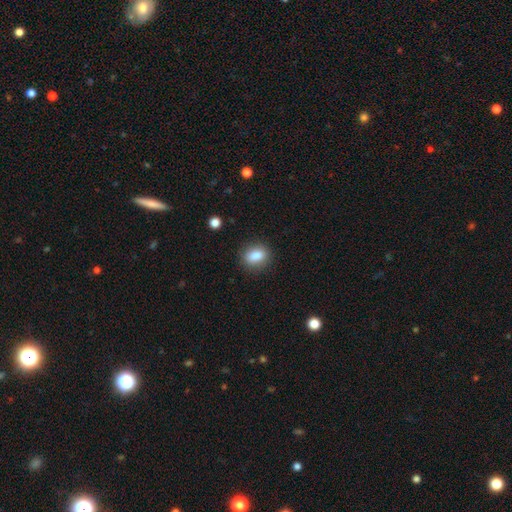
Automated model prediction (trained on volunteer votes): Overall: smooth (85%). How rounded: in between (67%; round 31%). Merging: none (85%).